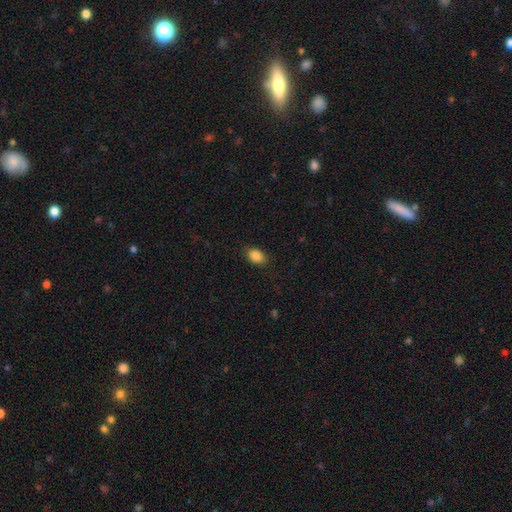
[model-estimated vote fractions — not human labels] Smooth or featured? smooth (88%)
How rounded? in between (82%)
Merging? none (84%)